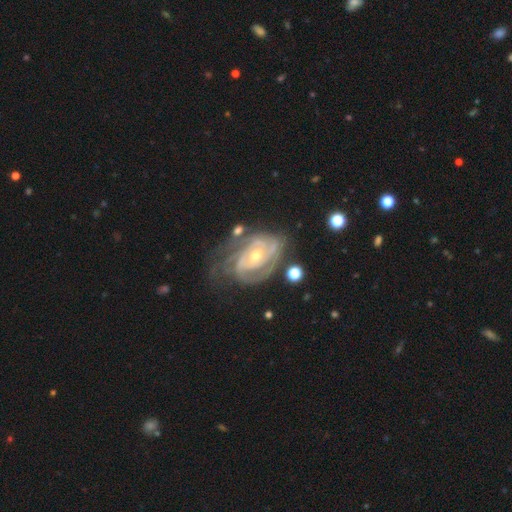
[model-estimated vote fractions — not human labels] The model was most divided on "bulge size": small: 53%, moderate: 43%, large: 2%, none: 1%, dominant: 1%. Remaining: edge-on disk — no (97%); spiral arms — yes (96%); smooth or featured — featured or disk (89%); spiral winding — tight (70%); bar — no (57%); merging — none (56%); spiral arm count — 2 (37%).